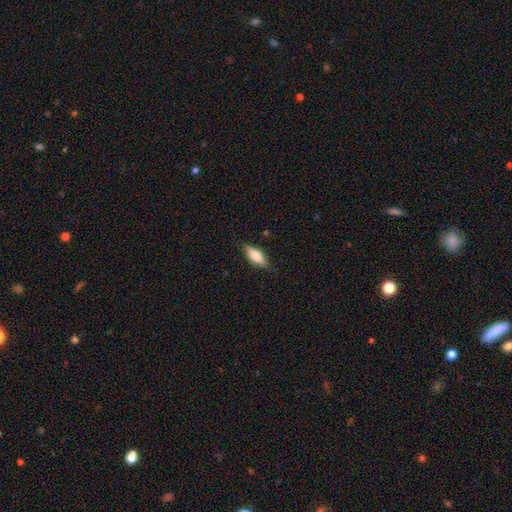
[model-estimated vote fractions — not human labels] Smooth or featured? Predicted: smooth (p=0.65). How rounded? Predicted: in between (p=0.63). Merging? Predicted: none (p=0.84).